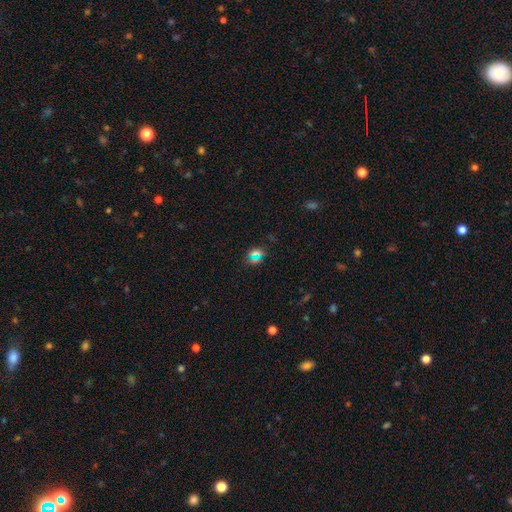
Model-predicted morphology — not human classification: smooth-or-featured: smooth: 53% | star or artifact: 37% | featured or disk: 11%
  how-rounded: in between: 47% (tied) | round: 47% (tied) | cigar-shaped: 6%
  merging: none: 74% | minor disturbance: 12% | merger: 7% | major disturbance: 6%